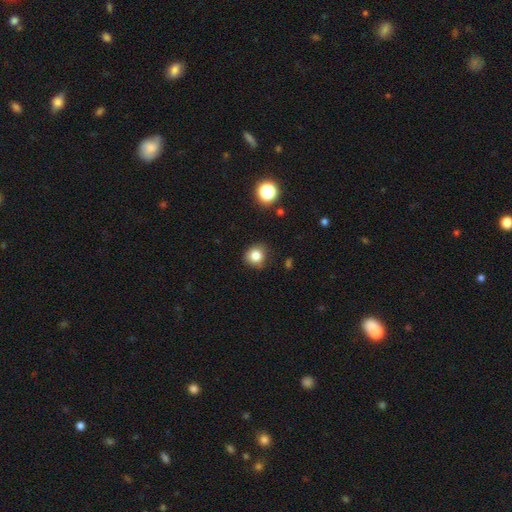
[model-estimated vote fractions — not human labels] A smooth galaxy with no disk features (81%) that is round (84%). Merging: none (81%).